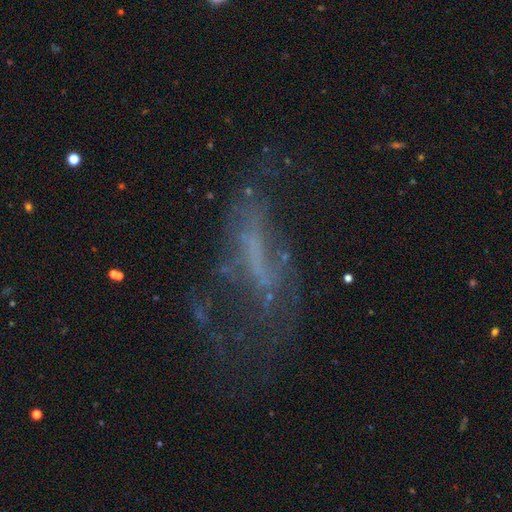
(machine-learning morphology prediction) A featured or disk galaxy (56%).

Vote fractions:
- Smooth or featured? featured or disk: 56% / smooth: 23% / star or artifact: 21%
- Edge-on disk? no: 85% / yes: 15%
- Merging? major disturbance: 41% / none: 36% / minor disturbance: 17% / merger: 6%